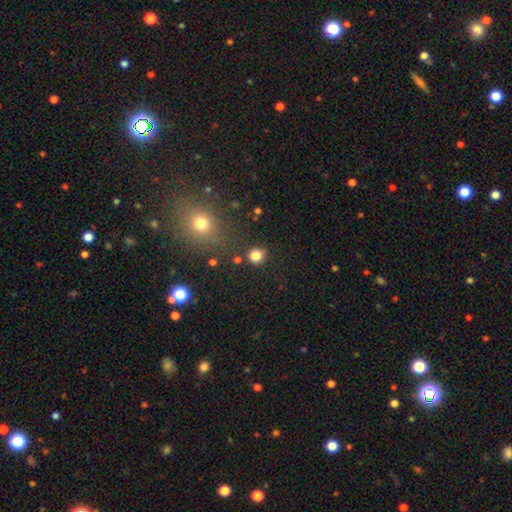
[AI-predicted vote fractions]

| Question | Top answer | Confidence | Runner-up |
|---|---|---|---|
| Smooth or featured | smooth | 82% | star or artifact (13%) |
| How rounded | round | 86% | in between (13%) |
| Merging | none | 82% | minor disturbance (10%) |